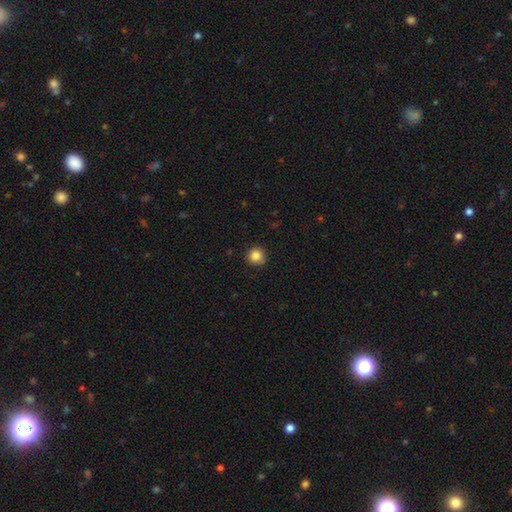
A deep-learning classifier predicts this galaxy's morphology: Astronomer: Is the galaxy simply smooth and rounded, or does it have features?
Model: smooth — 86%.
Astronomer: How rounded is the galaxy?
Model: round — 94%.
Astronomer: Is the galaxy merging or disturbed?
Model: none — 88%.